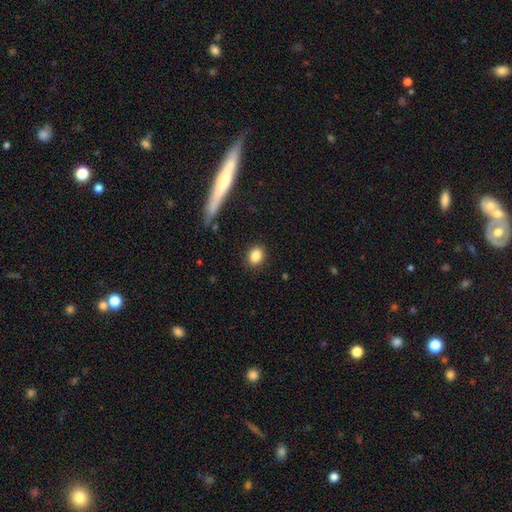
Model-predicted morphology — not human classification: smooth_or_featured: smooth (p=0.86) [alt: star or artifact p=0.09]
how_rounded: in between (p=0.51) [alt: round p=0.47]
merging: none (p=0.87) [alt: minor disturbance p=0.09]